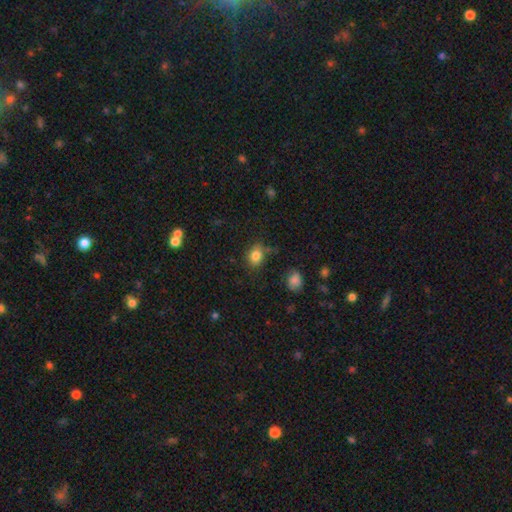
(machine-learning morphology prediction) smooth_or_featured: smooth (p=0.82) [alt: star or artifact p=0.11]
how_rounded: in between (p=0.54) [alt: round p=0.45]
merging: none (p=0.76) [alt: minor disturbance p=0.16]